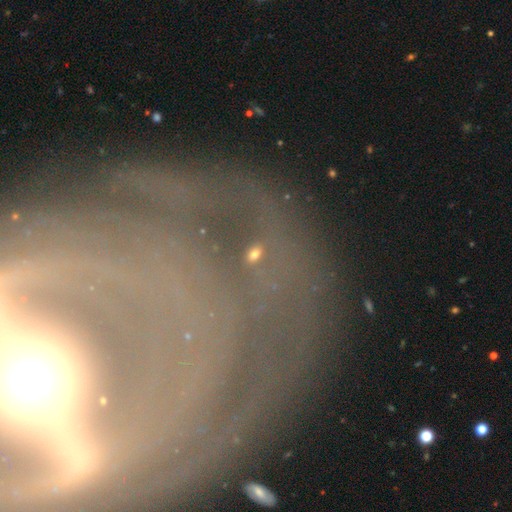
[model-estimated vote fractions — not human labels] Smooth or featured: star or artifact — 58% (featured or disk — 29%)